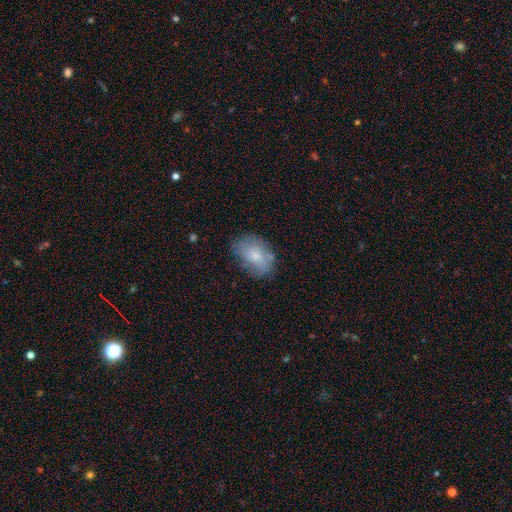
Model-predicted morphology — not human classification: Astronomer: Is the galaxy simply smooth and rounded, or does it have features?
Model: smooth — 68%.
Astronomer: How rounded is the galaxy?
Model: in between — 81%.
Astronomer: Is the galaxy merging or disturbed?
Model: none — 60%.